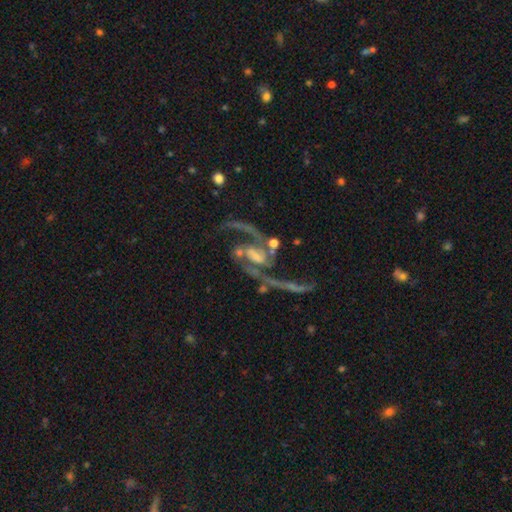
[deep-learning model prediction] featured or disk 90%, star or artifact 6%, smooth 4%. Down the decision tree: edge-on disk — no (97%); bar — weak (44%); spiral arms — yes (97%); spiral arm count — 2 (92%); spiral winding — loose (56%); bulge size — small (39%); merging — none (49%).